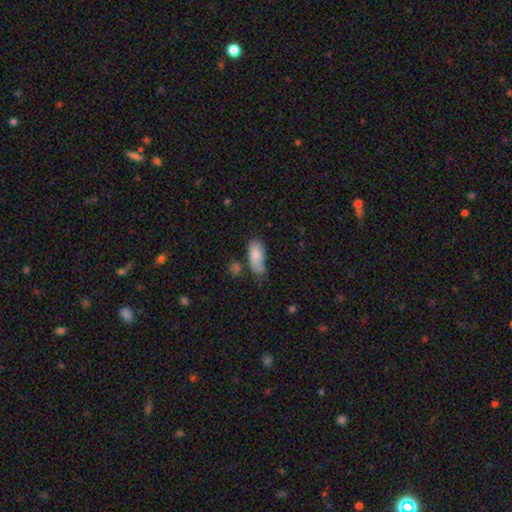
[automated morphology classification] A smooth galaxy with no disk features (81%) that is in between round and cigar-shaped (86%). Merging: none (49%).